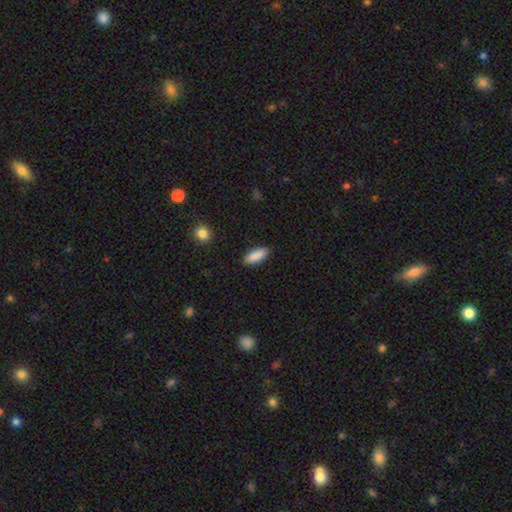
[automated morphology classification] Smooth or featured?
  - smooth: 90% *
  - star or artifact: 6%
  - featured or disk: 4%
How rounded?
  - in between: 77% *
  - cigar-shaped: 21%
  - round: 2%
Merging?
  - none: 88% *
  - minor disturbance: 8%
  - major disturbance: 2%
  - merger: 1%